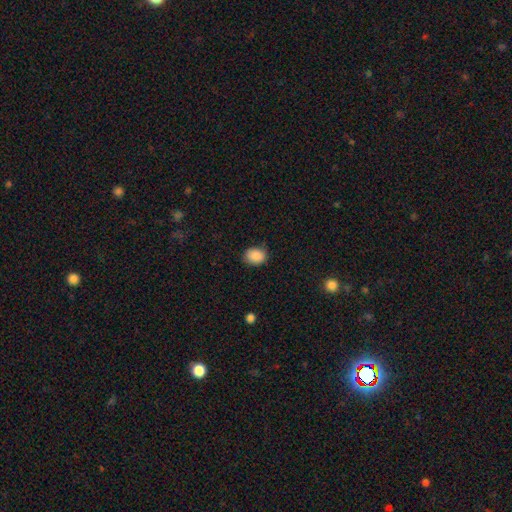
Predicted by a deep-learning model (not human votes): smooth_or_featured: smooth (p=0.89) [alt: star or artifact p=0.08]
how_rounded: in between (p=0.56) [alt: round p=0.44]
merging: none (p=0.83) [alt: minor disturbance p=0.13]